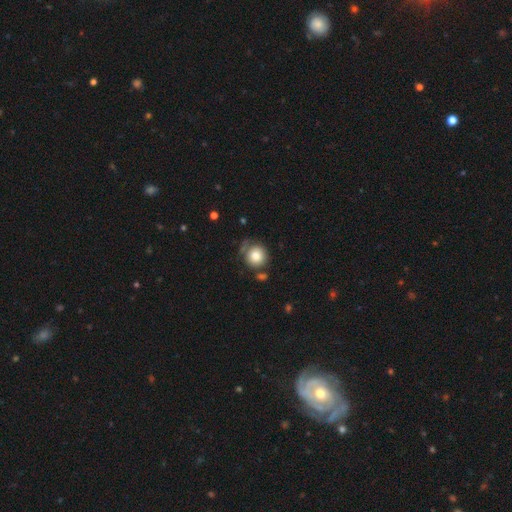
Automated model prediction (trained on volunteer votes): The model was most divided on "merging": none: 61%, minor disturbance: 21%, merger: 9%, major disturbance: 9%. More confident: how rounded — round (89%); smooth or featured — smooth (82%).